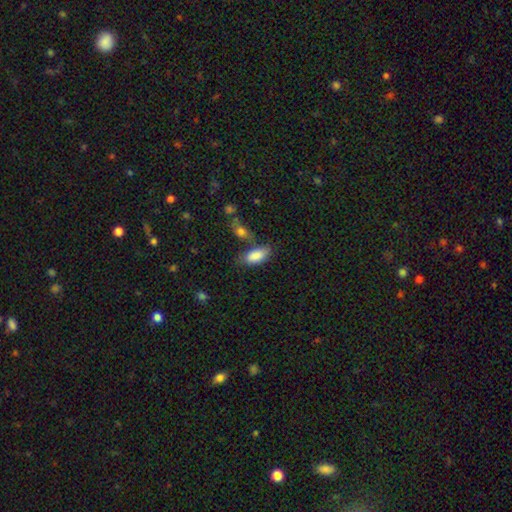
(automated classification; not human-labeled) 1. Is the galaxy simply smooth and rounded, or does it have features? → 87% smooth, 7% star or artifact, 6% featured or disk.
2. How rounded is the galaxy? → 89% in between, 8% cigar-shaped, 3% round.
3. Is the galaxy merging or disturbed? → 61% none, 20% minor disturbance, 14% merger, 6% major disturbance.